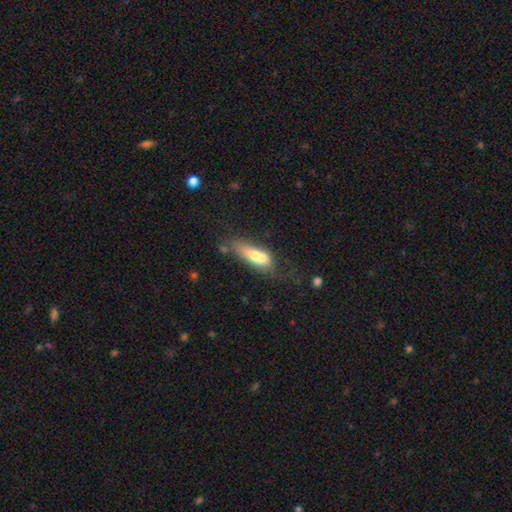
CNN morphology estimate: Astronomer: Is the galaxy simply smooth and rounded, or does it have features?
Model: smooth — 64%.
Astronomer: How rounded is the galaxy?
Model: in between — 57% (runner-up: cigar-shaped, 40%).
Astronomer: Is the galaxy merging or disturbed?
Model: none — 33% (runner-up: merger, 28%).